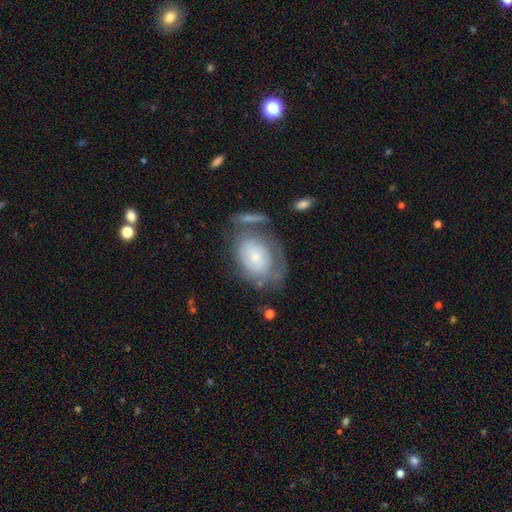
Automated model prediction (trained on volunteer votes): The model was most divided on "smooth or featured": smooth: 50%, featured or disk: 42%, star or artifact: 8%. Remaining: merging — none (43%).